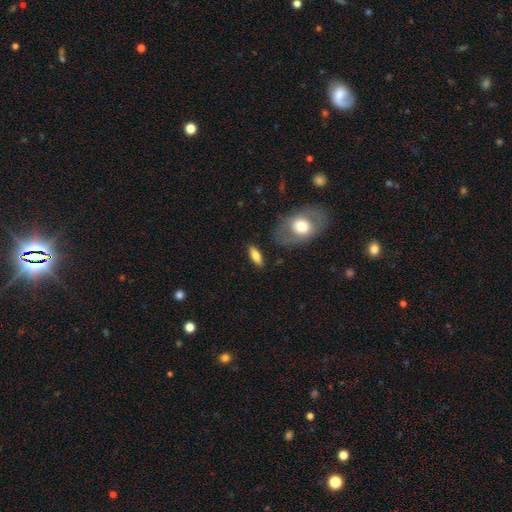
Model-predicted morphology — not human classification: Q: Smooth or featured?
A: smooth (75%); runner-up: featured or disk (18%)
Q: How rounded?
A: in between (69%); runner-up: cigar-shaped (26%)
Q: Merging?
A: none (82%); runner-up: minor disturbance (11%)